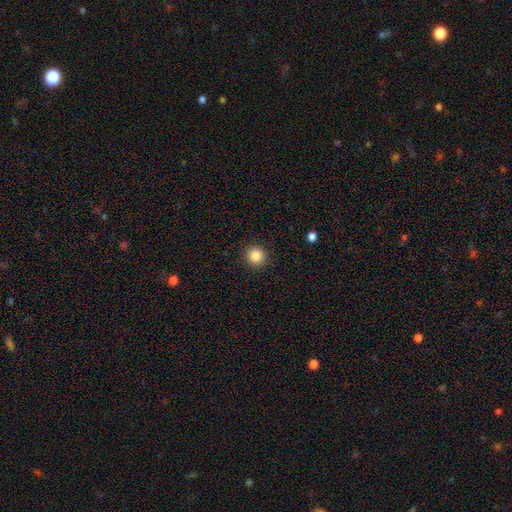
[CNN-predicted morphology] Overall: smooth (85%). How rounded: round (94%). Merging: none (92%).